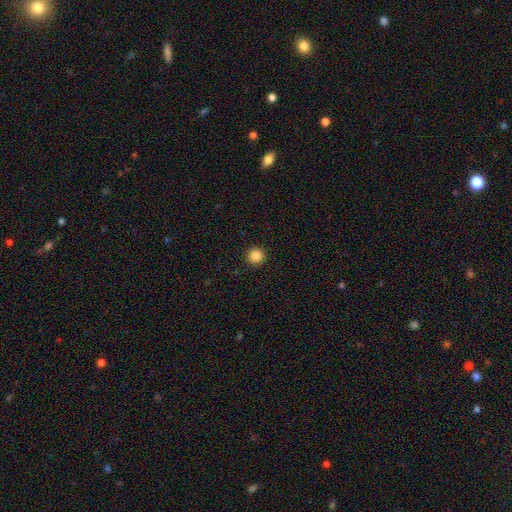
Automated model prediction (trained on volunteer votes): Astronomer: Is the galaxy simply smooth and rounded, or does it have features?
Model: smooth — 86%.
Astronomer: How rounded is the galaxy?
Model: round — 95%.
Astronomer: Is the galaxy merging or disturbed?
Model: none — 93%.